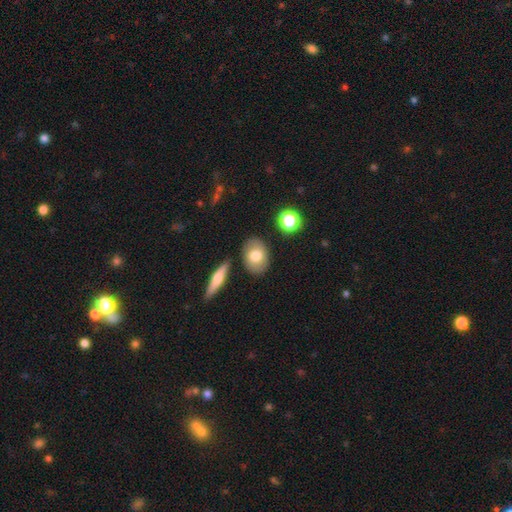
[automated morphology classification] This is likely a smooth galaxy (72%). How rounded: likely in between (74%). Merging: clearly none (82%).